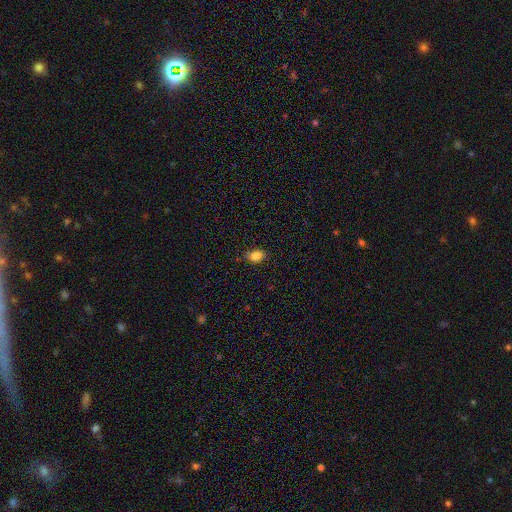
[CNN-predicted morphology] A smooth galaxy with no disk features (84%) that is in between round and cigar-shaped (75%).

Vote fractions:
- Smooth or featured? smooth: 84% / star or artifact: 10% / featured or disk: 6%
- How rounded? in between: 75% / round: 24% / cigar-shaped: 1%
- Merging? none: 84% / minor disturbance: 12% / major disturbance: 2% / merger: 1%